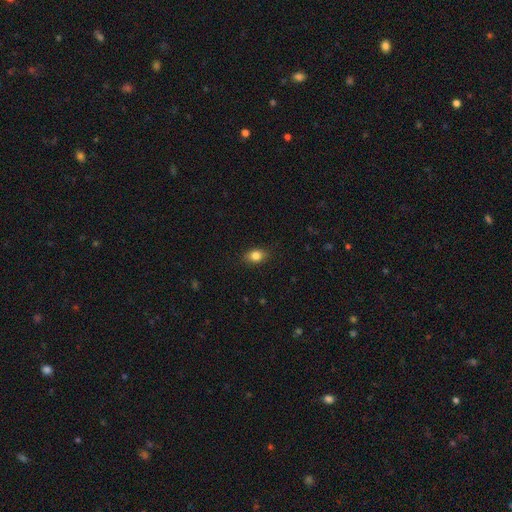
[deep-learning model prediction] A smooth galaxy with no disk features (84%) that is in between round and cigar-shaped (73%). Merging: none (85%).